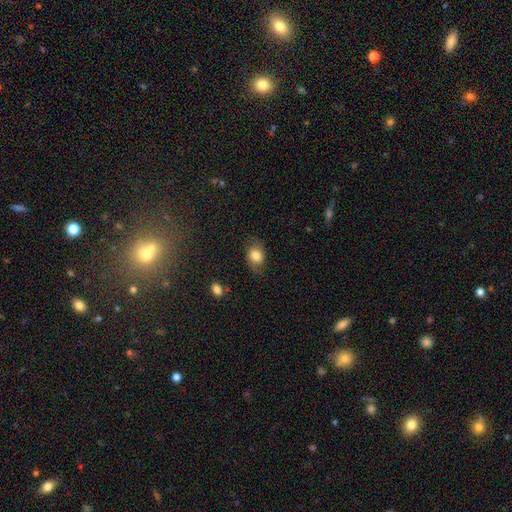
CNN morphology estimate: A smooth galaxy with no disk features (78%) that is in between round and cigar-shaped (68%). Merging: none (75%).